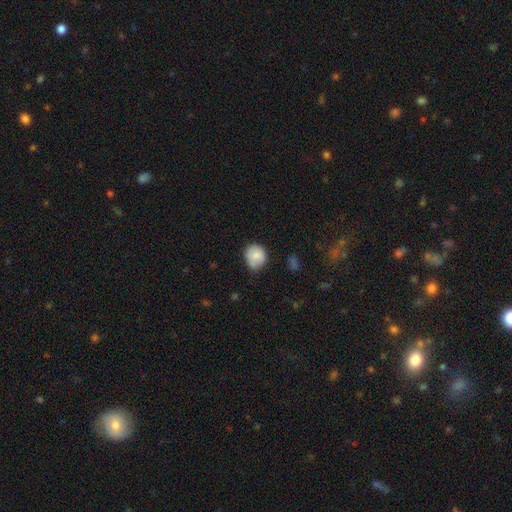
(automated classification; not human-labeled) This appears to be a smooth galaxy with no disk features (80%) that is round (74%). Merging: none (55%).